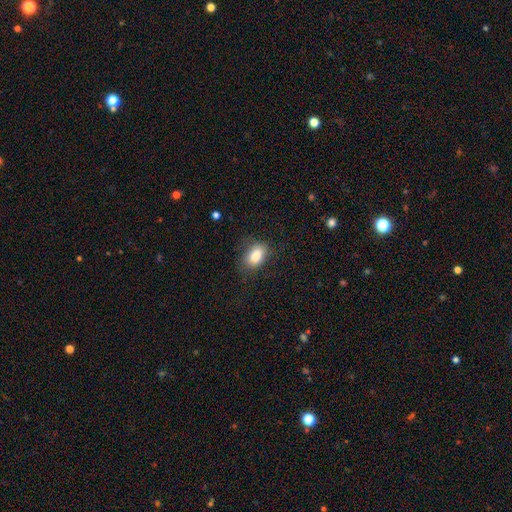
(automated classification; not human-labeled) Morphology: type=smooth (84%); roundness=in between (82%); merging=none (75%).